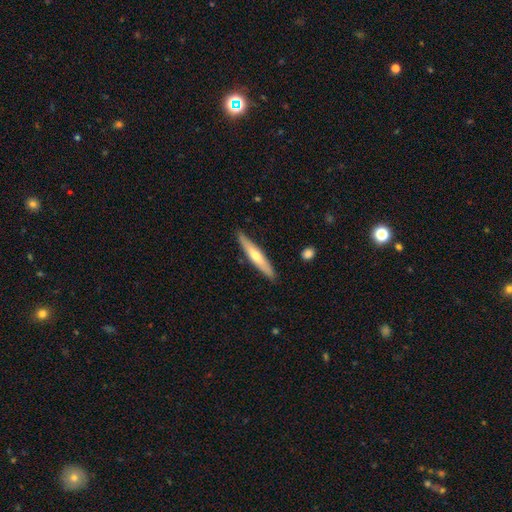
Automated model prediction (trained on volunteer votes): Smooth or featured? smooth (49%)
Merging? none (88%)